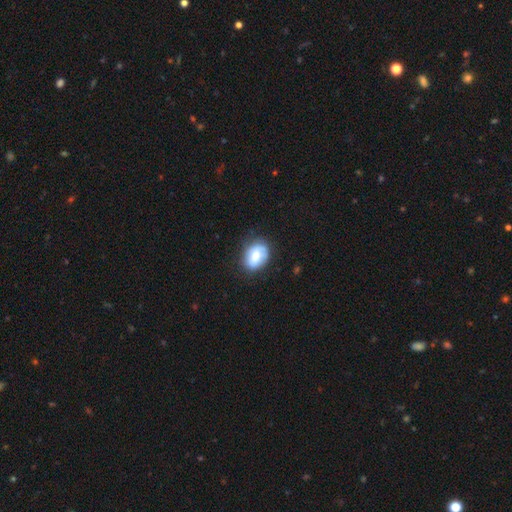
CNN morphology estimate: smooth-or-featured: smooth: 61% | featured or disk: 31% | star or artifact: 8%
  how-rounded: in between: 67% | round: 32% | cigar-shaped: 1%
  merging: none: 71% | minor disturbance: 22% | major disturbance: 6% | merger: 1%